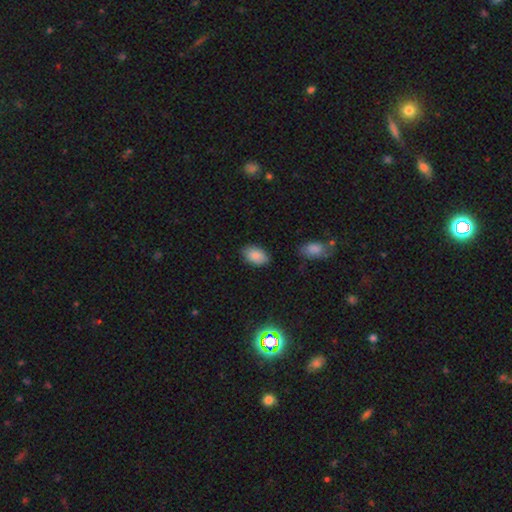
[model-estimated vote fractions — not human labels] Q: Smooth or featured?
A: smooth (86%); runner-up: star or artifact (8%)
Q: How rounded?
A: in between (91%); runner-up: round (8%)
Q: Merging?
A: none (83%); runner-up: minor disturbance (12%)